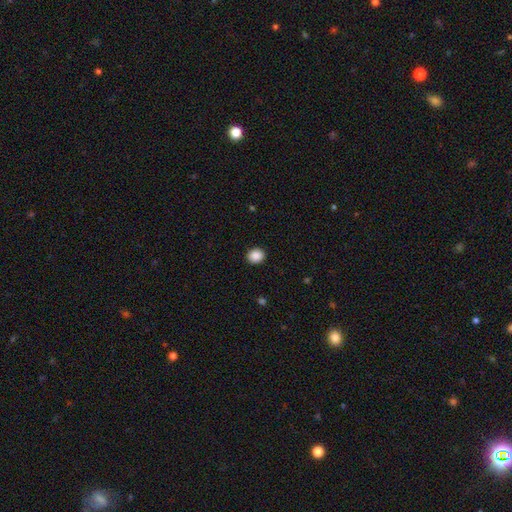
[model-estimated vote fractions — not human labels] Q: Smooth or featured?
A: smooth (88%); runner-up: star or artifact (9%)
Q: How rounded?
A: round (77%); runner-up: in between (22%)
Q: Merging?
A: none (92%); runner-up: minor disturbance (6%)